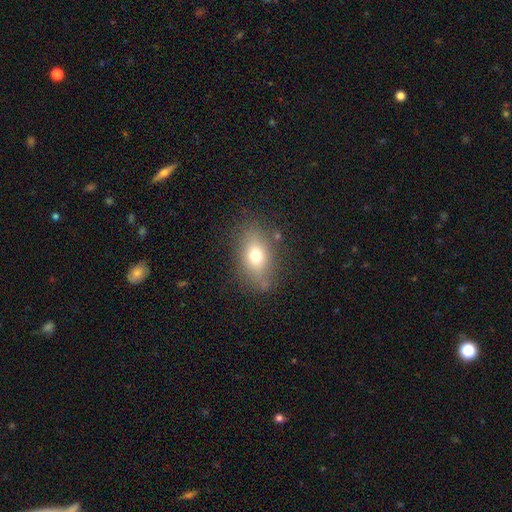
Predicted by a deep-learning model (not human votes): Smooth or featured?
  - smooth: 70% *
  - featured or disk: 18%
  - star or artifact: 12%
How rounded?
  - in between: 78% *
  - round: 19%
  - cigar-shaped: 3%
Merging?
  - none: 77% *
  - minor disturbance: 15%
  - major disturbance: 6%
  - merger: 2%